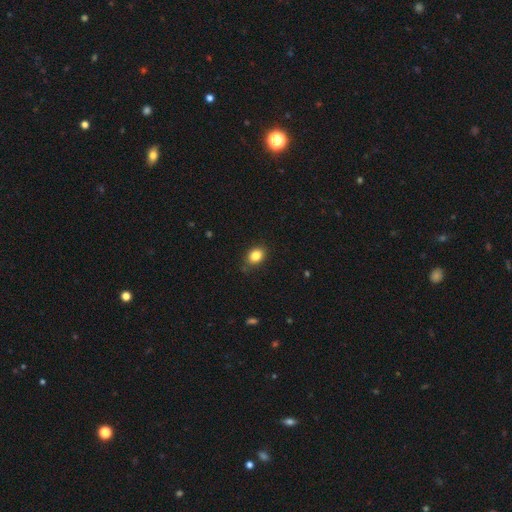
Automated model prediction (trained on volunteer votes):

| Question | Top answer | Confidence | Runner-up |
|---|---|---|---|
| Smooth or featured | smooth | 85% | star or artifact (10%) |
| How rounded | in between | 60% | round (39%) |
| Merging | none | 81% | minor disturbance (15%) |